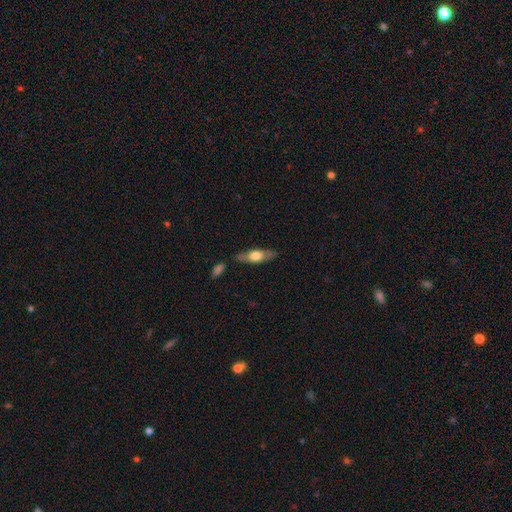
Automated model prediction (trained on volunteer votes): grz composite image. It shows a smooth galaxy with no disk features (49%). Merging: none (79%).